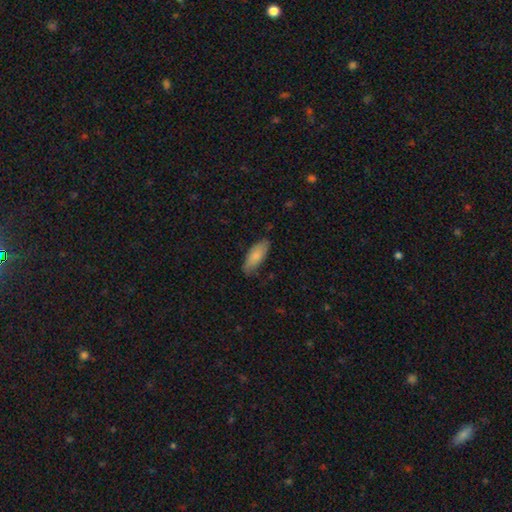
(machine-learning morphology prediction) smooth-or-featured: smooth: 83% | featured or disk: 11% | star or artifact: 6%
  how-rounded: in between: 79% | cigar-shaped: 19% | round: 2%
  merging: none: 76% | minor disturbance: 19% | major disturbance: 3% | merger: 1%